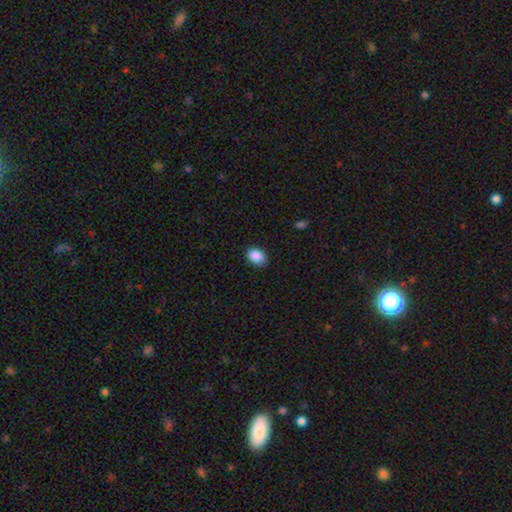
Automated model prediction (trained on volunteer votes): smooth_or_featured: smooth (p=0.89) [alt: star or artifact p=0.08]
how_rounded: in between (p=0.77) [alt: round p=0.22]
merging: none (p=0.85) [alt: minor disturbance p=0.12]